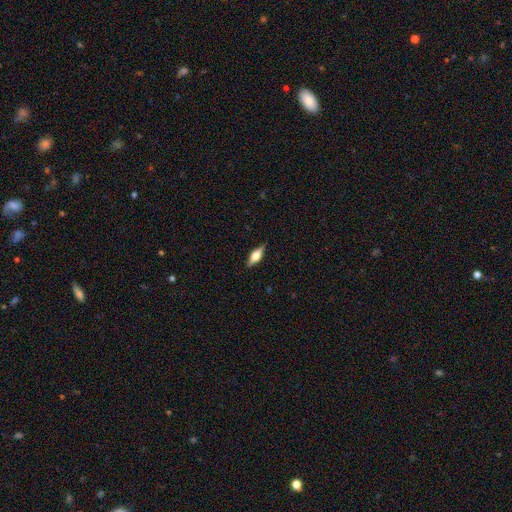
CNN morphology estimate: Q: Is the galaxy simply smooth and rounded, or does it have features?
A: featured or disk — 49%.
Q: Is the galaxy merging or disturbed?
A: none — 87%.